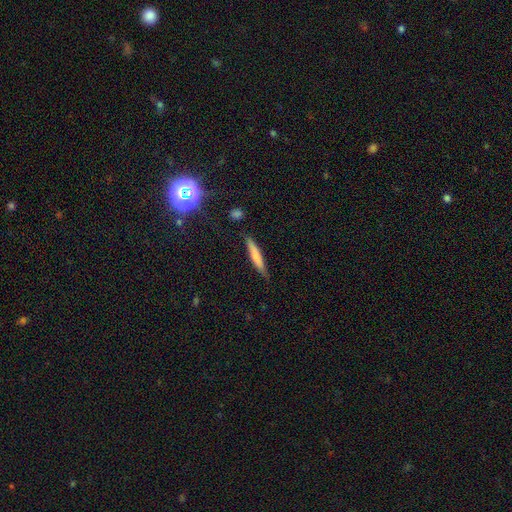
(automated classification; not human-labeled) A smooth galaxy with no disk features (67%) that is cigar-shaped (91%).

Vote fractions:
- Smooth or featured? smooth: 67% / featured or disk: 26% / star or artifact: 7%
- How rounded? cigar-shaped: 91% / in between: 7% / round: 1%
- Merging? none: 80% / minor disturbance: 15% / major disturbance: 3% / merger: 2%